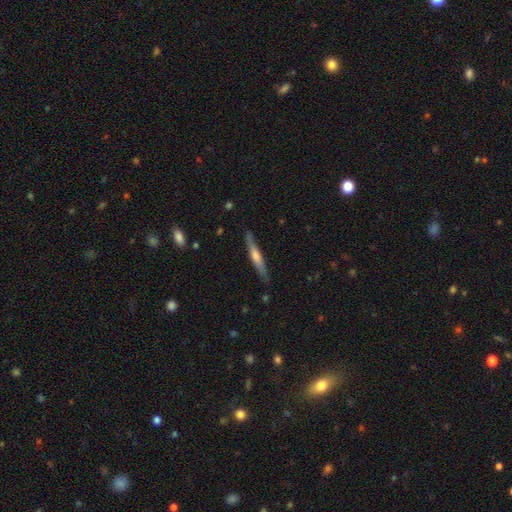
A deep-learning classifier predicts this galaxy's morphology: Overall: featured or disk (61%; smooth 33%). Edge-on disk: yes (96%). Edge-on bulge: rounded (72%). Merging: none (84%).